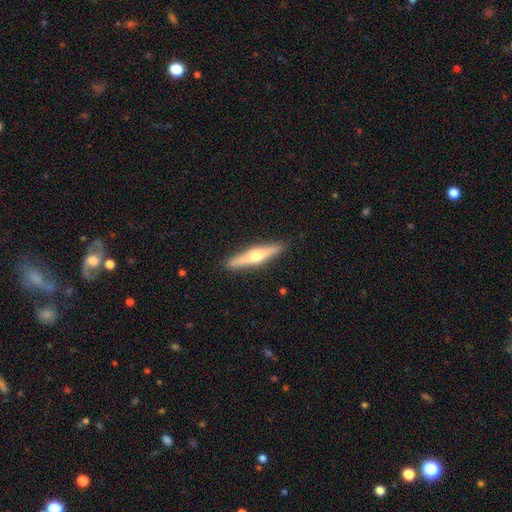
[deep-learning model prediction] featured or disk 60%, smooth 35%, star or artifact 5%. Down the decision tree: edge-on disk — yes (96%); edge-on bulge — rounded (93%); merging — none (90%).